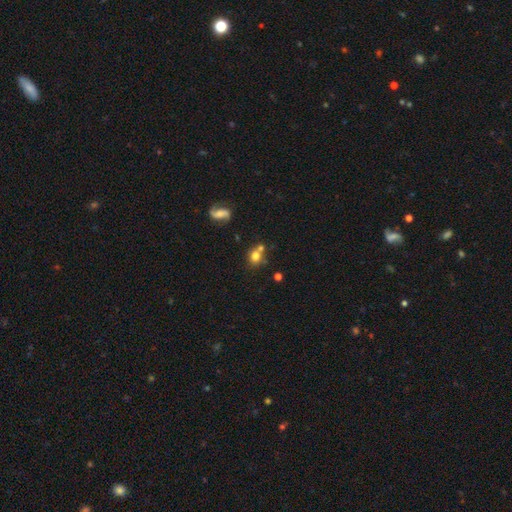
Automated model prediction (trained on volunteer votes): Smooth or featured: smooth — 73% (featured or disk — 14%)
How rounded: round — 67% (in between — 31%)
Merging: none — 51% (merger — 31%)